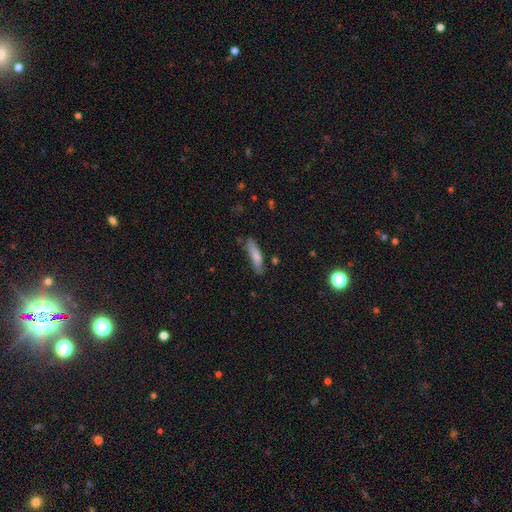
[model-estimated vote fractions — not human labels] Smooth or featured? Predicted: smooth (p=0.76). How rounded? Predicted: cigar-shaped (p=0.74). Merging? Predicted: none (p=0.75).